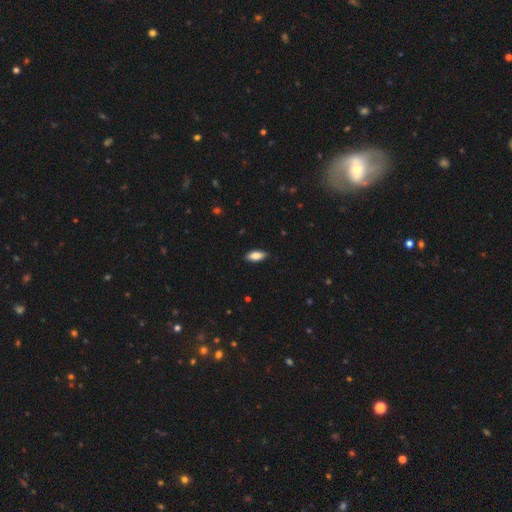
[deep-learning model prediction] Q: Smooth or featured?
A: smooth (81%); runner-up: featured or disk (13%)
Q: How rounded?
A: in between (83%); runner-up: cigar-shaped (15%)
Q: Merging?
A: none (87%); runner-up: minor disturbance (10%)